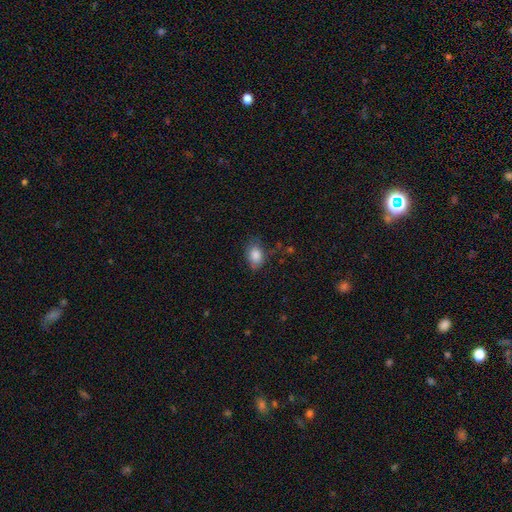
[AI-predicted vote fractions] A smooth galaxy with no disk features (85%) that is in between round and cigar-shaped (84%). Merging: none (64%).